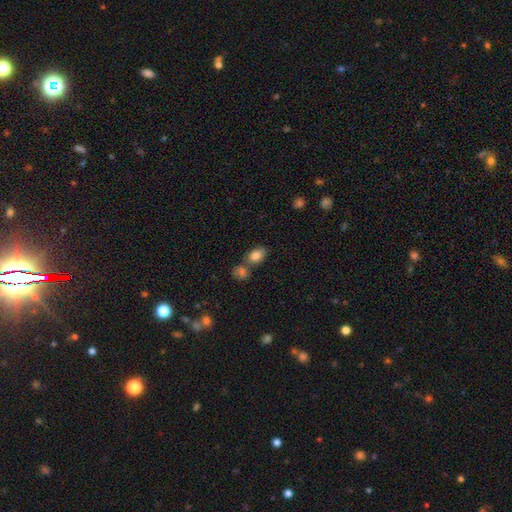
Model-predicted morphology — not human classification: type=smooth (84%); roundness=in between (82%); merging=none (47%).